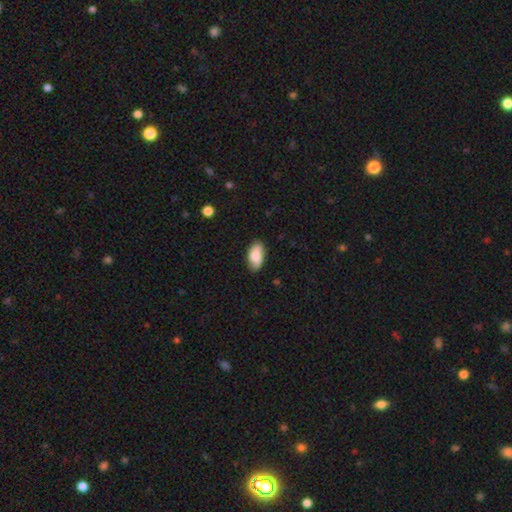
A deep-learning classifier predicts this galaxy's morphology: Q: Smooth or featured?
A: smooth (80%); runner-up: featured or disk (13%)
Q: How rounded?
A: in between (92%); runner-up: cigar-shaped (4%)
Q: Merging?
A: none (81%); runner-up: minor disturbance (15%)